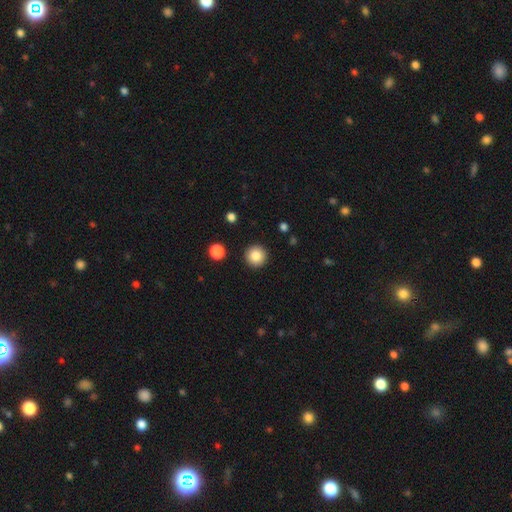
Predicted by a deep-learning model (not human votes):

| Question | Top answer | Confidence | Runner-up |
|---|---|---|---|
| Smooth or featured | smooth | 85% | star or artifact (9%) |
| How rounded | round | 96% | in between (3%) |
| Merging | none | 92% | minor disturbance (5%) |